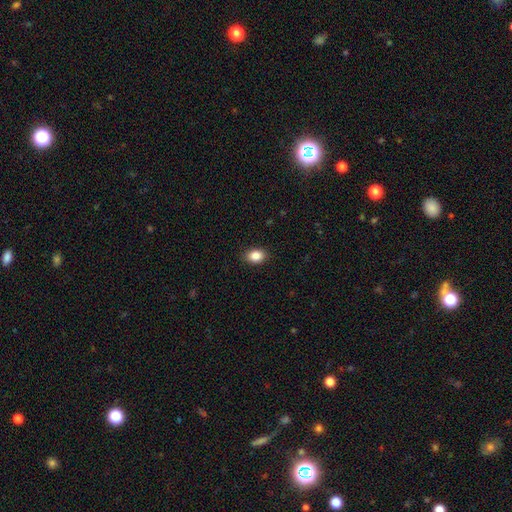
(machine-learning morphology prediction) The model was most divided on "how rounded": in between: 73%, round: 26%, cigar-shaped: 1%. More confident: merging — none (89%); smooth or featured — smooth (87%).